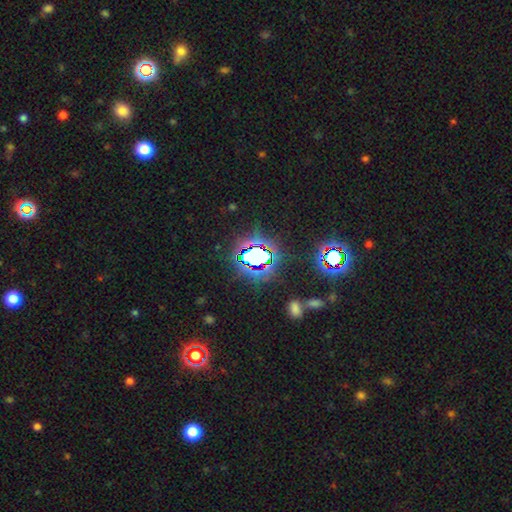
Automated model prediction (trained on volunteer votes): A star or artifact, not a galaxy (70%).